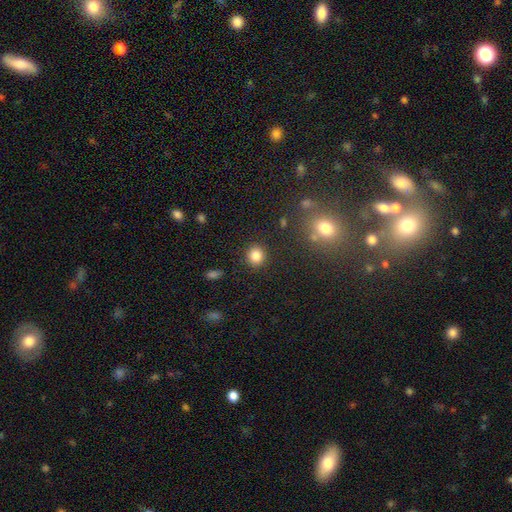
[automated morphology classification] Q: Smooth or featured?
A: smooth (84%); runner-up: star or artifact (11%)
Q: How rounded?
A: round (85%); runner-up: in between (14%)
Q: Merging?
A: none (89%); runner-up: minor disturbance (6%)